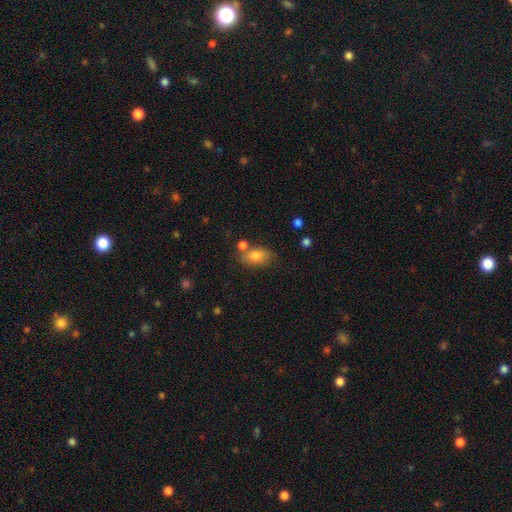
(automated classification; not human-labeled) The model was most divided on "merging": none: 64%, minor disturbance: 17%, merger: 14%, major disturbance: 5%. More confident: how rounded — in between (87%); smooth or featured — smooth (81%).